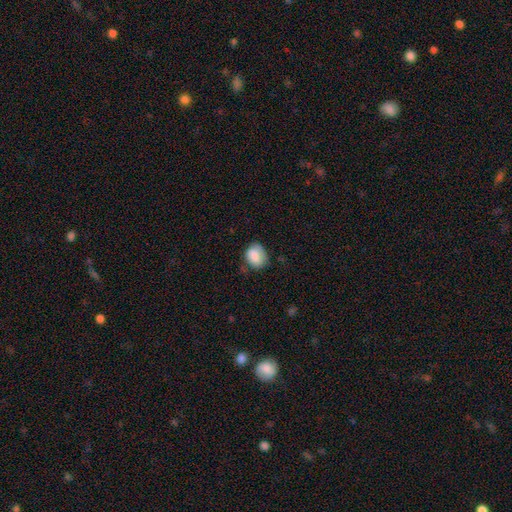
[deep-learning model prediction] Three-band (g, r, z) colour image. It shows a smooth galaxy with no disk features (82%) that is in between round and cigar-shaped (56%). Merging: none (59%).